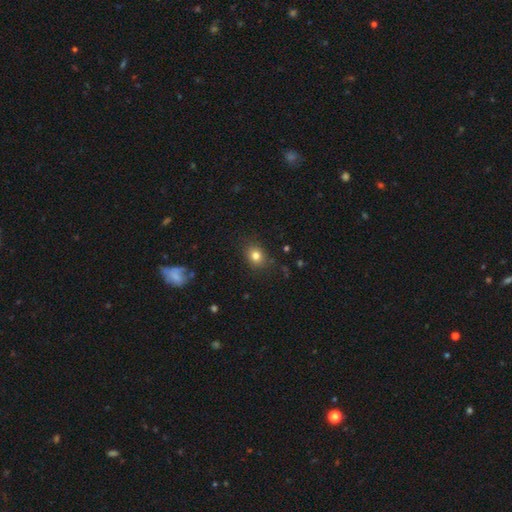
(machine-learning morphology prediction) This is likely a smooth galaxy (80%). How rounded: likely round (62%). Merging: clearly none (85%).